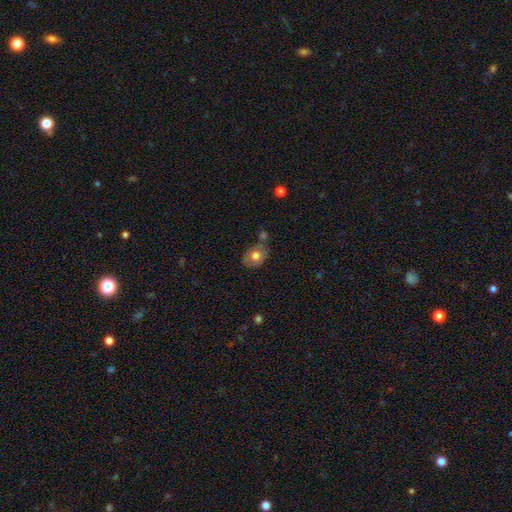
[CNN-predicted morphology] smooth 68%, featured or disk 24%, star or artifact 8%. Down the decision tree: how rounded — in between (61%); merging — none (57%).